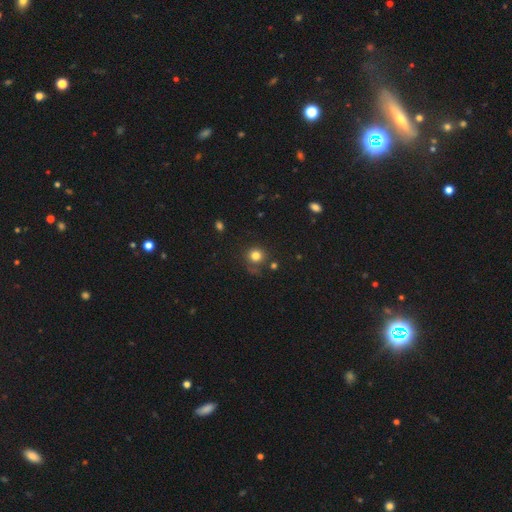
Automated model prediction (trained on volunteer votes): Smooth or featured?
  - smooth: 80% *
  - star or artifact: 14%
  - featured or disk: 6%
How rounded?
  - round: 91% *
  - in between: 8%
  - cigar-shaped: 1%
Merging?
  - none: 76% *
  - minor disturbance: 13%
  - major disturbance: 6%
  - merger: 5%